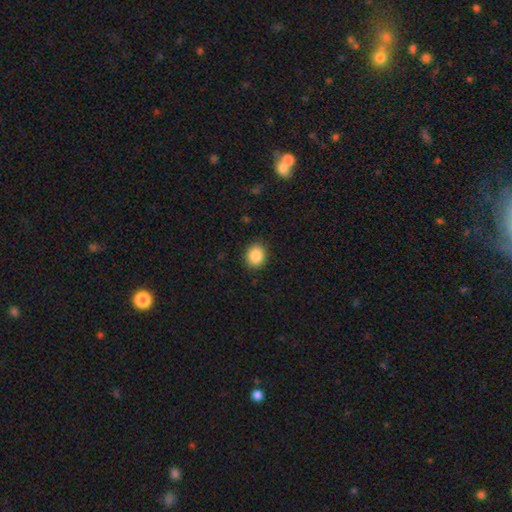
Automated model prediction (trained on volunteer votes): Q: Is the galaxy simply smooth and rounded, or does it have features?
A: smooth — 88%.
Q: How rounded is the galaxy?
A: round — 67%.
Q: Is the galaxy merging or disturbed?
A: none — 88%.